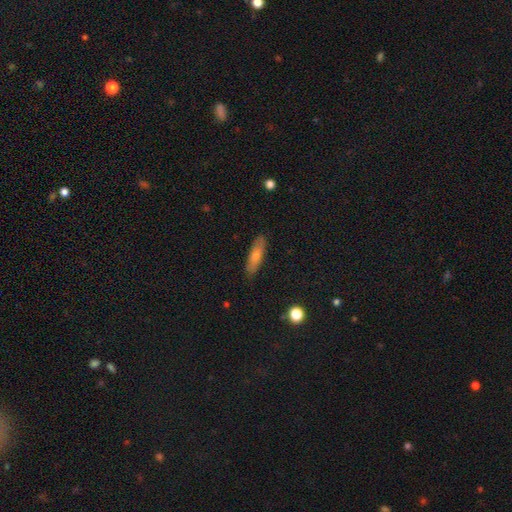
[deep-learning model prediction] A smooth galaxy with no disk features (62%) that is cigar-shaped (64%).

Vote fractions:
- Smooth or featured? smooth: 62% / featured or disk: 31% / star or artifact: 7%
- How rounded? cigar-shaped: 64% / in between: 34% / round: 3%
- Merging? none: 88% / minor disturbance: 10% / major disturbance: 2% / merger: 1%